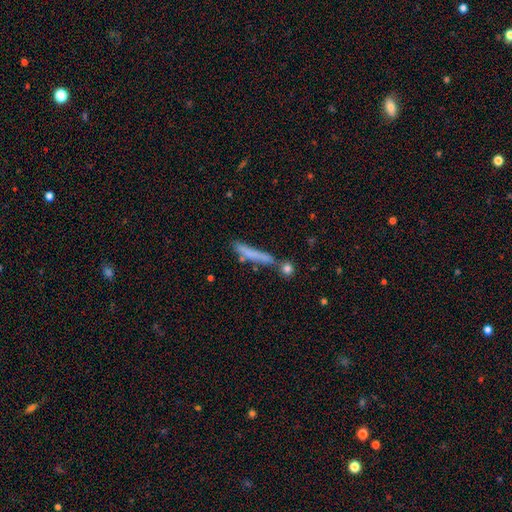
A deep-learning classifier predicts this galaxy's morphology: This appears to be a smooth galaxy with no disk features (60%) that is cigar-shaped (93%). Merging: none (67%).